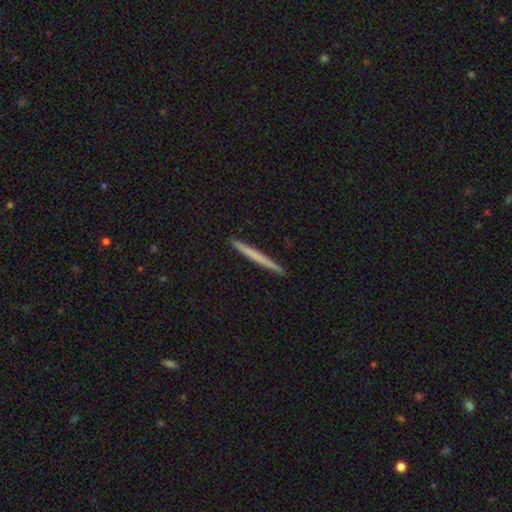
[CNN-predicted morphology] type=smooth (57%); roundness=cigar-shaped (97%); merging=none (93%).